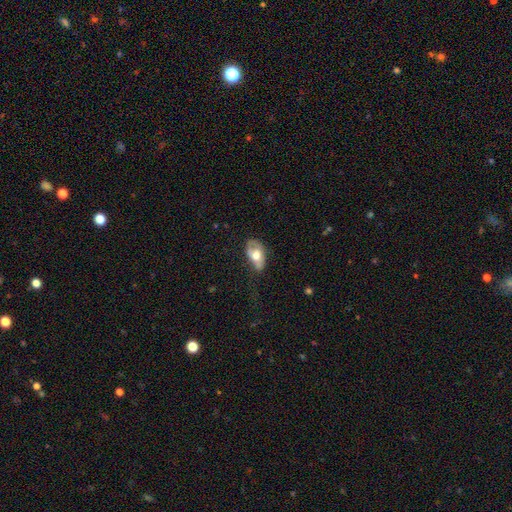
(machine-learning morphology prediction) smooth 53%, featured or disk 40%, star or artifact 7%. Down the decision tree: how rounded — in between (91%); merging — none (39%).